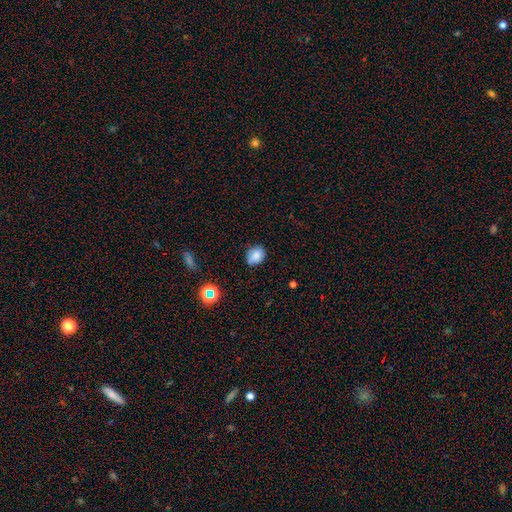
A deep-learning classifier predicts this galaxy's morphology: Q: Smooth or featured?
A: smooth (80%); runner-up: star or artifact (12%)
Q: How rounded?
A: in between (52%); runner-up: round (47%)
Q: Merging?
A: none (70%); runner-up: minor disturbance (23%)